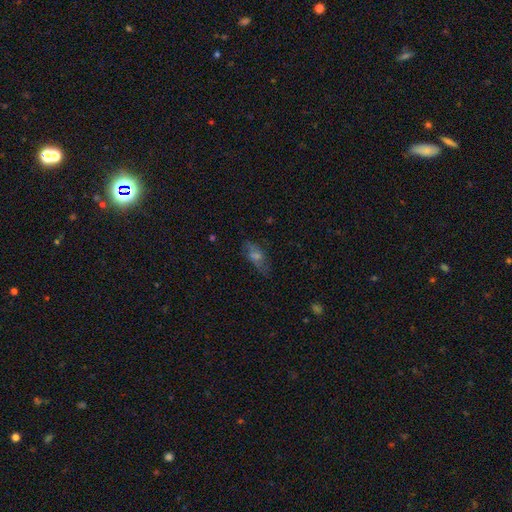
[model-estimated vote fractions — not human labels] A smooth galaxy with no disk features (41%).

Vote fractions:
- Smooth or featured? smooth: 41% / featured or disk: 38% / star or artifact: 21%
- Merging? none: 72% / minor disturbance: 19% / major disturbance: 8% / merger: 2%